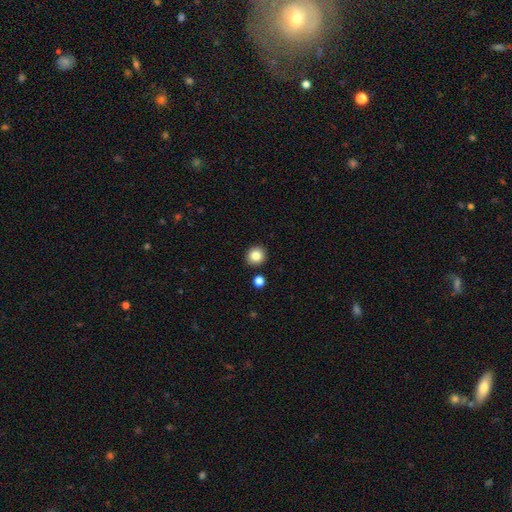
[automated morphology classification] Smooth or featured?
  - smooth: 84% *
  - star or artifact: 10%
  - featured or disk: 5%
How rounded?
  - round: 89% *
  - in between: 10%
  - cigar-shaped: 1%
Merging?
  - none: 90% *
  - minor disturbance: 6%
  - merger: 3%
  - major disturbance: 2%